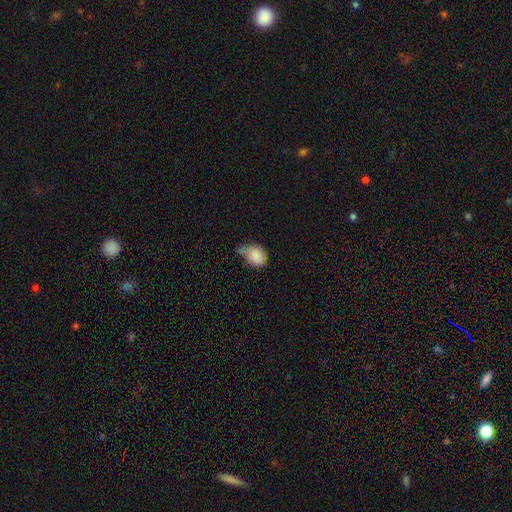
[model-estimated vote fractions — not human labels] smooth 82%, featured or disk 10%, star or artifact 8%. Down the decision tree: how rounded — in between (55%); merging — minor disturbance (45%).